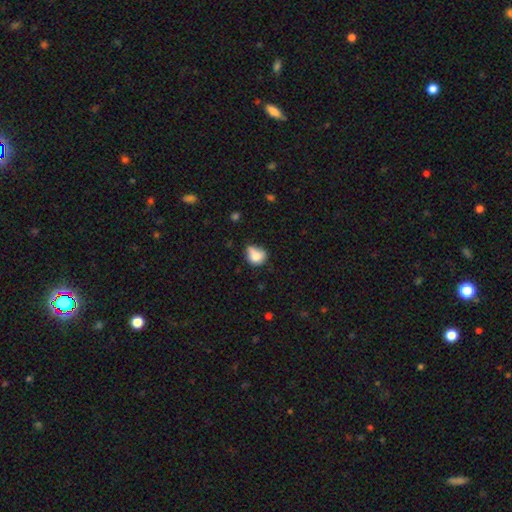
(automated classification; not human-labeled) Overall: smooth (76%). How rounded: round (58%; in between 41%). Merging: minor disturbance (37%; none 36%).